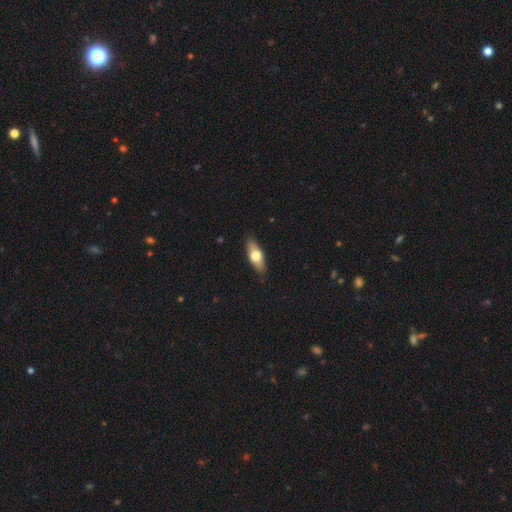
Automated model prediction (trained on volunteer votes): A smooth galaxy with no disk features (60%) that is in between round and cigar-shaped (70%).

Vote fractions:
- Smooth or featured? smooth: 60% / featured or disk: 34% / star or artifact: 6%
- How rounded? in between: 70% / cigar-shaped: 27% / round: 4%
- Merging? none: 88% / minor disturbance: 10% / major disturbance: 2% / merger: 1%